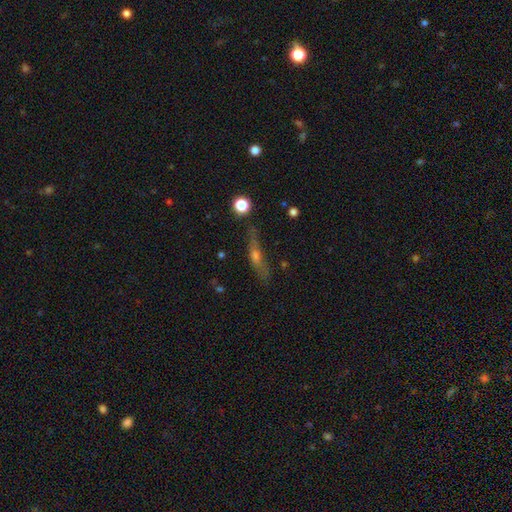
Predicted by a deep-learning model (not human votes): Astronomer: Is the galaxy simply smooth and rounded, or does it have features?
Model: featured or disk — 53% (runner-up: smooth, 34%).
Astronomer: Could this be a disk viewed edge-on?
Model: yes — 79%.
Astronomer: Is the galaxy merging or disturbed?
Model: none — 71%.